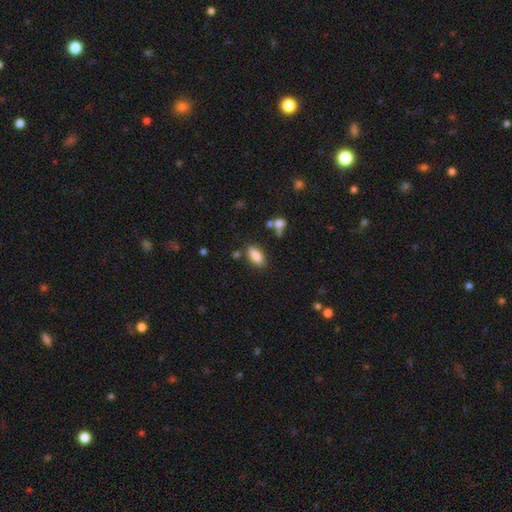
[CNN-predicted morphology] This is clearly a smooth galaxy (83%). How rounded: clearly in between (85%). Merging: likely none (79%).